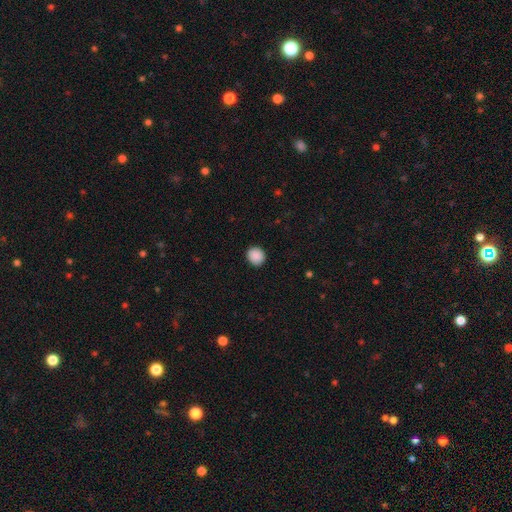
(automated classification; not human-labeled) Overall: smooth (90%). How rounded: round (83%). Merging: none (91%).